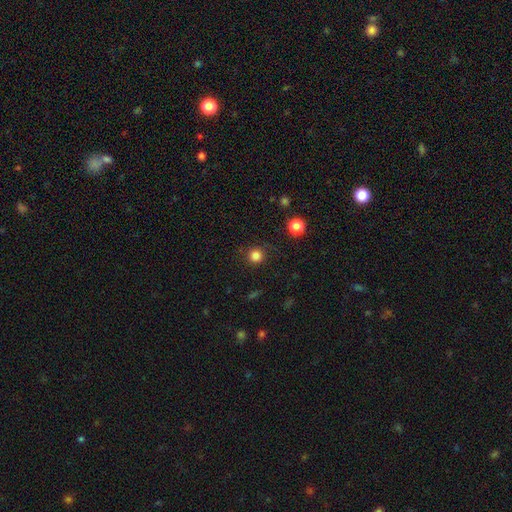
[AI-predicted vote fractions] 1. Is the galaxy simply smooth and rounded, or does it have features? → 82% smooth, 14% star or artifact, 4% featured or disk.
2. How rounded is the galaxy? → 94% round, 6% in between, 1% cigar-shaped.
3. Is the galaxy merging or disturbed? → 85% none, 10% minor disturbance, 4% major disturbance, 2% merger.